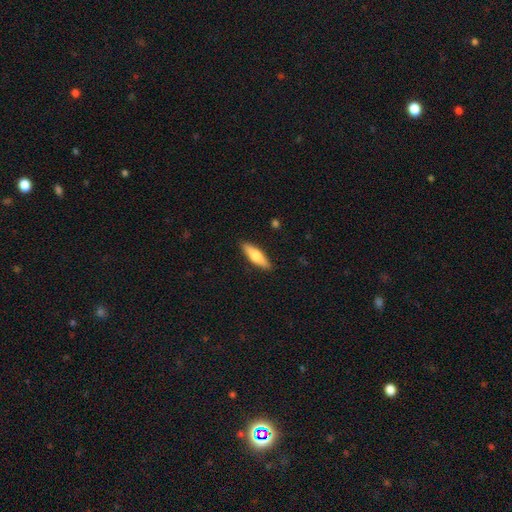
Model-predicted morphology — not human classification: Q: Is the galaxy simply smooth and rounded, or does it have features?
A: smooth — 65%.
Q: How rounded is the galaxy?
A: cigar-shaped — 55%.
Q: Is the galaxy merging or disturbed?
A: none — 89%.